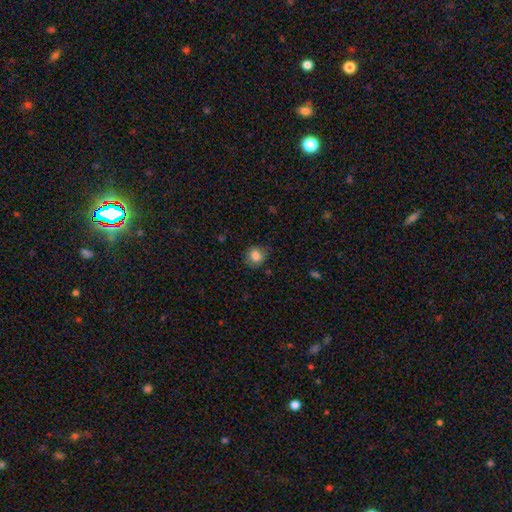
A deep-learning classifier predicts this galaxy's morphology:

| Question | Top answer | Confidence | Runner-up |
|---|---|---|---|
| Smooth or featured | smooth | 83% | star or artifact (9%) |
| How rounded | round | 73% | in between (26%) |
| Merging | none | 77% | minor disturbance (17%) |